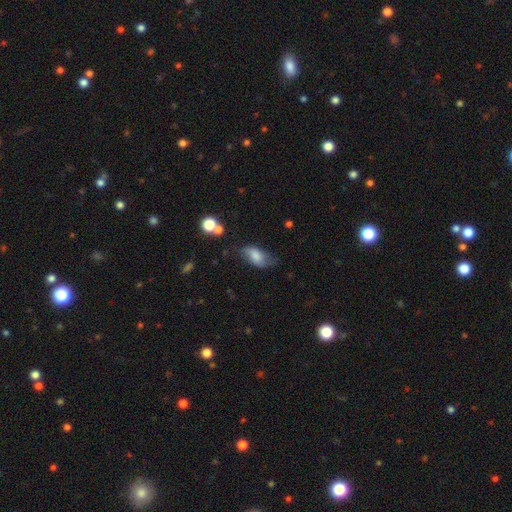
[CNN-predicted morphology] A smooth galaxy with no disk features (69%) that is in between round and cigar-shaped (90%). Merging: none (52%).